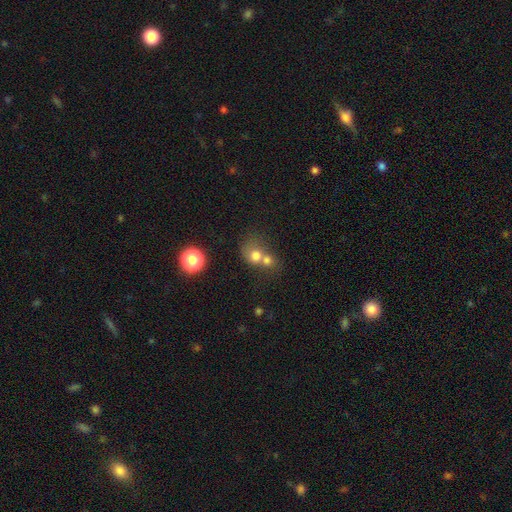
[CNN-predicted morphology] Q: Smooth or featured?
A: smooth (71%); runner-up: featured or disk (16%)
Q: How rounded?
A: round (71%); runner-up: in between (28%)
Q: Merging?
A: merger (65%); runner-up: none (23%)